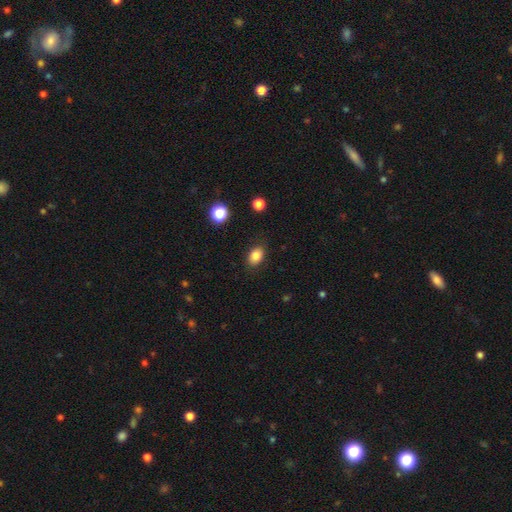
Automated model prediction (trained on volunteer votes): Smooth or featured? smooth (84%)
How rounded? in between (77%)
Merging? none (85%)